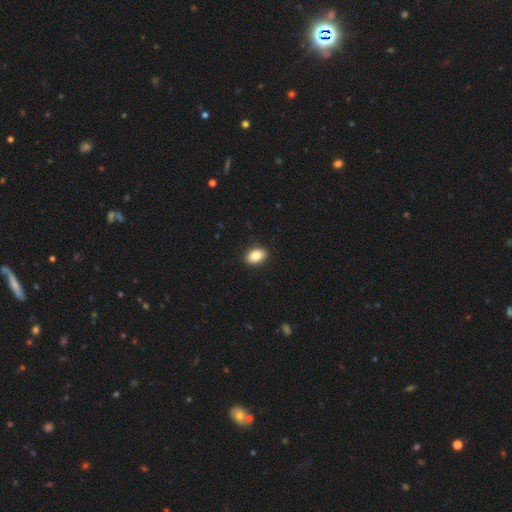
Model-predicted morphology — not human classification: This appears to be a smooth galaxy with no disk features (86%) that is in between round and cigar-shaped (84%). Merging: none (90%).